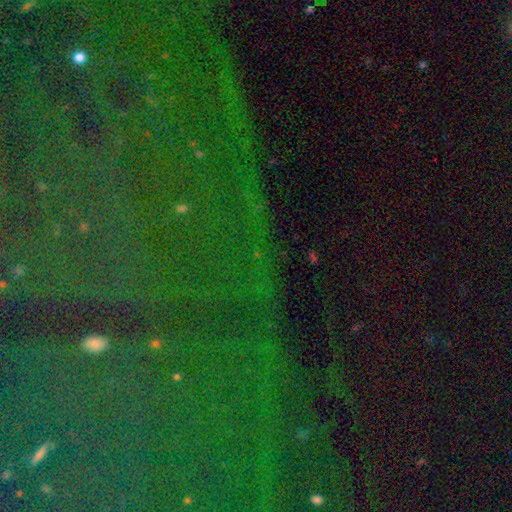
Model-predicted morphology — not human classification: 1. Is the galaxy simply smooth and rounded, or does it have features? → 81% star or artifact, 10% smooth, 9% featured or disk.